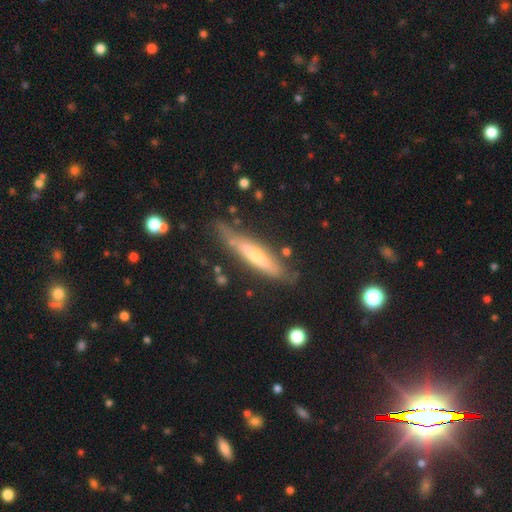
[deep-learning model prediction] smooth_or_featured: featured or disk (p=0.60) [alt: smooth p=0.30]
disk_edge_on: yes (p=0.84) [alt: no p=0.16]
edge_on_bulge: rounded (p=0.66) [alt: none p=0.26]
merging: none (p=0.76) [alt: minor disturbance p=0.17]